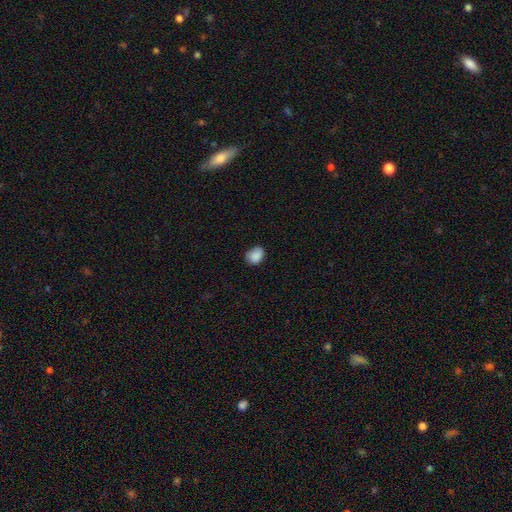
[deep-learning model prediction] Smooth or featured?
  - smooth: 87% *
  - star or artifact: 8%
  - featured or disk: 4%
How rounded?
  - in between: 59% *
  - round: 40%
  - cigar-shaped: 1%
Merging?
  - none: 69% *
  - minor disturbance: 25%
  - major disturbance: 4%
  - merger: 1%